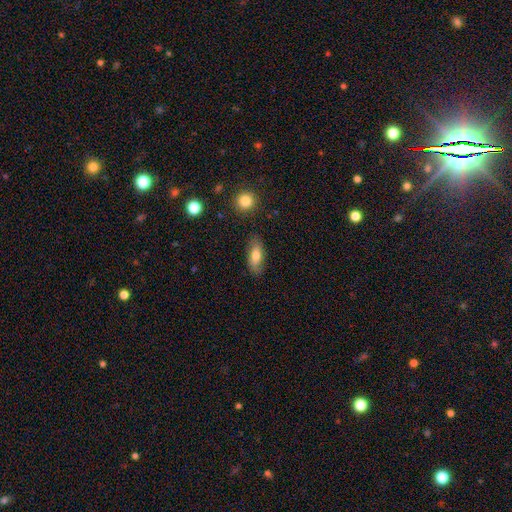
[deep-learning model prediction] Q: Smooth or featured?
A: smooth (70%); runner-up: featured or disk (23%)
Q: How rounded?
A: in between (78%); runner-up: cigar-shaped (18%)
Q: Merging?
A: none (83%); runner-up: minor disturbance (13%)